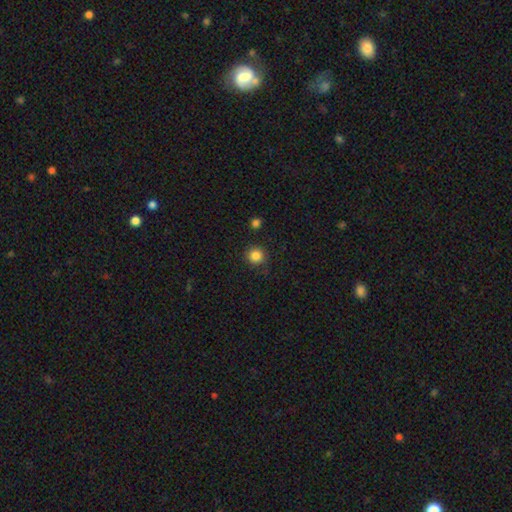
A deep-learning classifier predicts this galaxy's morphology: The model was most divided on "smooth or featured": smooth: 85%, star or artifact: 11%, featured or disk: 4%. More confident: how rounded — round (94%); merging — none (89%).